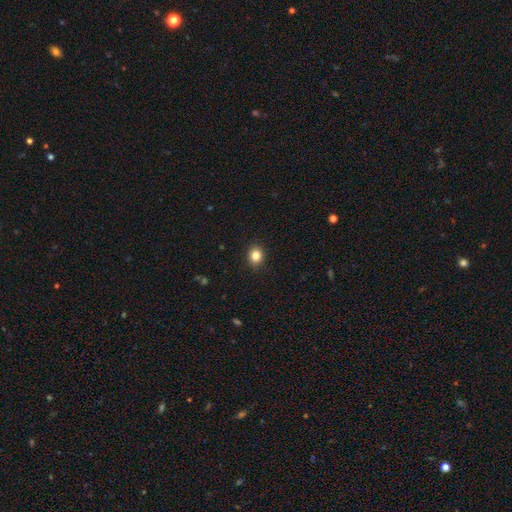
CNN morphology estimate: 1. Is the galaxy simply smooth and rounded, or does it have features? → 84% smooth, 11% star or artifact, 6% featured or disk.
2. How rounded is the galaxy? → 68% round, 31% in between, 1% cigar-shaped.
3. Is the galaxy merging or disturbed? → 91% none, 7% minor disturbance, 2% major disturbance, 1% merger.